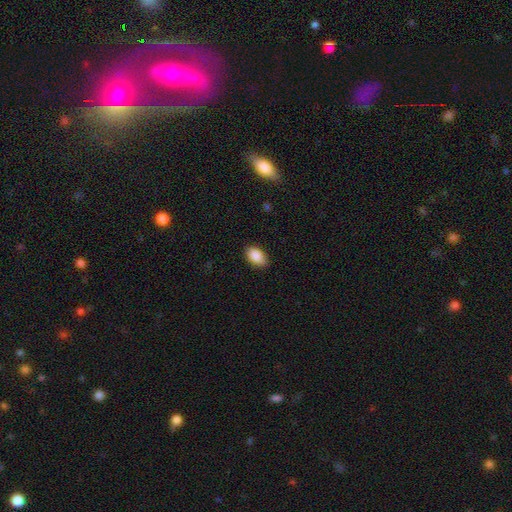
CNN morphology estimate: A smooth galaxy with no disk features (89%) that is in between round and cigar-shaped (92%). Merging: none (84%).